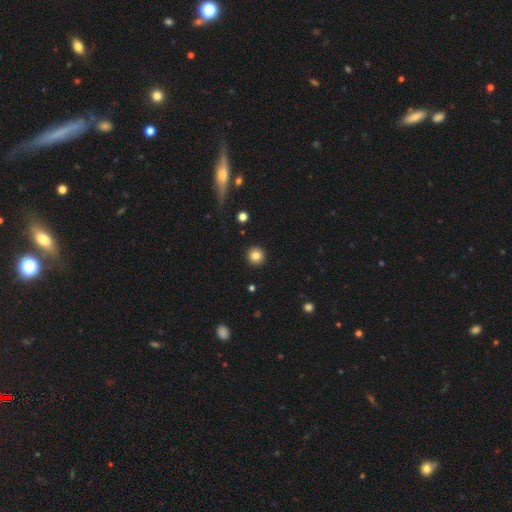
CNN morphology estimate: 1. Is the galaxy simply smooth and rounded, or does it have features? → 83% smooth, 11% star or artifact, 6% featured or disk.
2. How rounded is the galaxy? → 95% round, 4% in between, 1% cigar-shaped.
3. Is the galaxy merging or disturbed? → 92% none, 5% minor disturbance, 2% major disturbance, 1% merger.